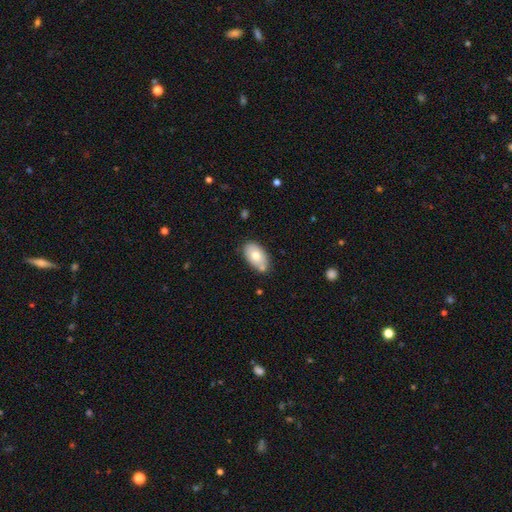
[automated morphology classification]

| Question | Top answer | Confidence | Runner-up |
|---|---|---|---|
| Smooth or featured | smooth | 72% | featured or disk (21%) |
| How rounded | in between | 92% | round (7%) |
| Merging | none | 64% | minor disturbance (21%) |